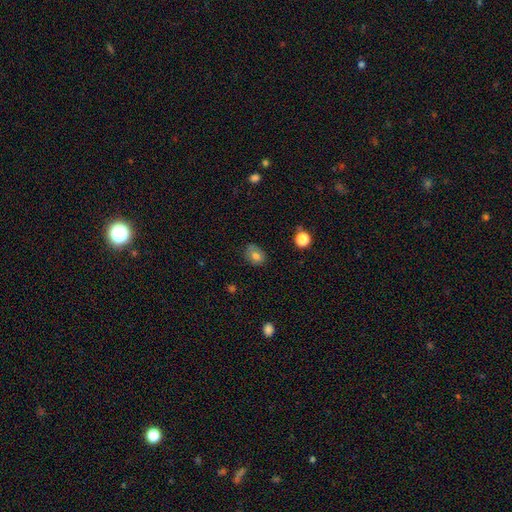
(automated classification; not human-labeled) smooth-or-featured: smooth: 76% | featured or disk: 13% | star or artifact: 11%
  how-rounded: in between: 56% | round: 43% | cigar-shaped: 1%
  merging: none: 68% | minor disturbance: 23% | major disturbance: 6% | merger: 4%